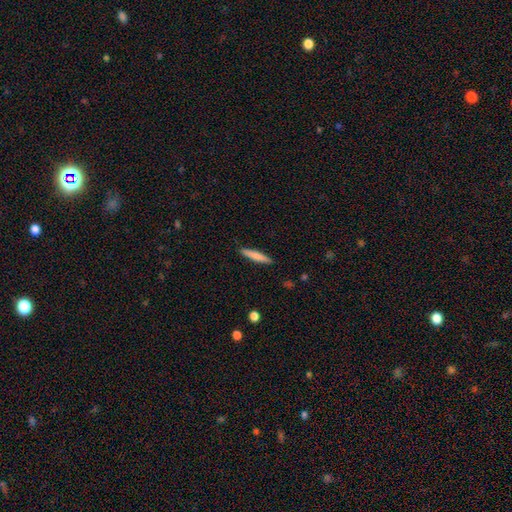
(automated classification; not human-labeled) The model was most divided on "smooth or featured": smooth: 75%, featured or disk: 19%, star or artifact: 6%. More confident: how rounded — cigar-shaped (92%); merging — none (91%).